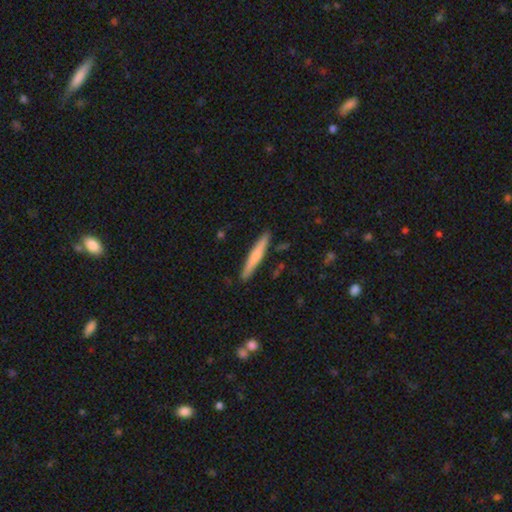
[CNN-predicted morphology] This appears to be a smooth galaxy with no disk features (61%) that is cigar-shaped (95%). Merging: none (89%).